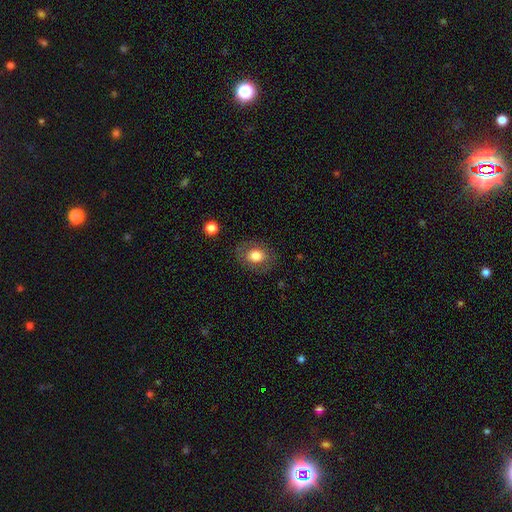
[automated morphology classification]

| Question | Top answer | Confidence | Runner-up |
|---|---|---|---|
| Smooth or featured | smooth | 74% | featured or disk (18%) |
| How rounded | in between | 61% | round (38%) |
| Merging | none | 81% | minor disturbance (12%) |